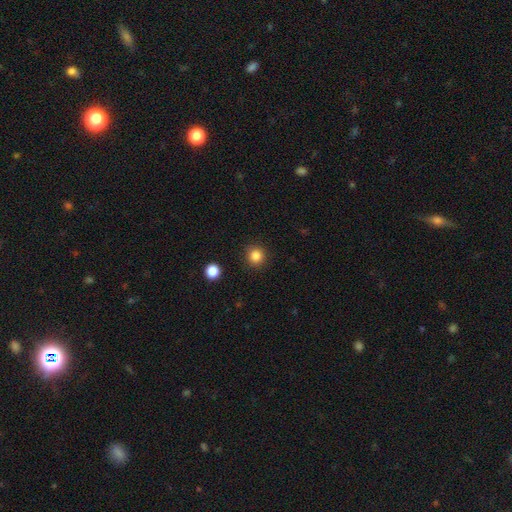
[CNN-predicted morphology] This appears to be a smooth galaxy with no disk features (85%) that is round (93%). Merging: none (91%).